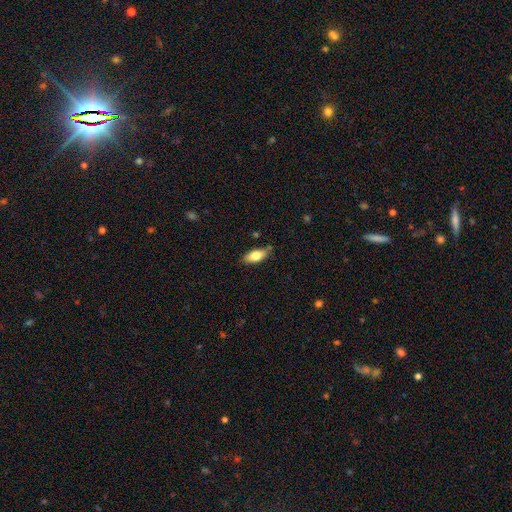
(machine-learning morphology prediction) smooth-or-featured: smooth: 71% | featured or disk: 22% | star or artifact: 7%
  how-rounded: in between: 81% | cigar-shaped: 16% | round: 3%
  merging: none: 78% | minor disturbance: 16% | major disturbance: 3% | merger: 3%